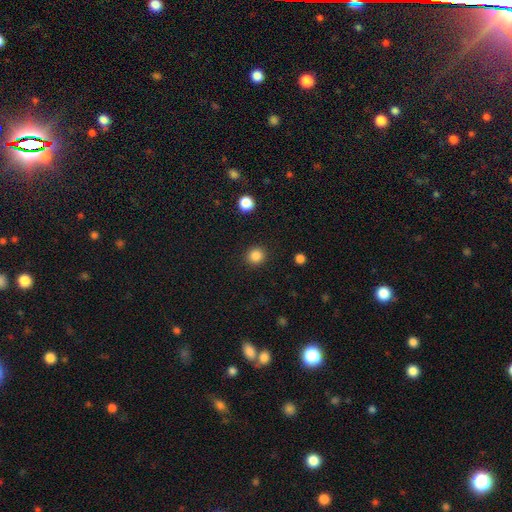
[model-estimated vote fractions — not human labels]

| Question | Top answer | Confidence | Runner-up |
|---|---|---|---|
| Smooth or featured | smooth | 86% | star or artifact (11%) |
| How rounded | round | 92% | in between (7%) |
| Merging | none | 92% | minor disturbance (5%) |